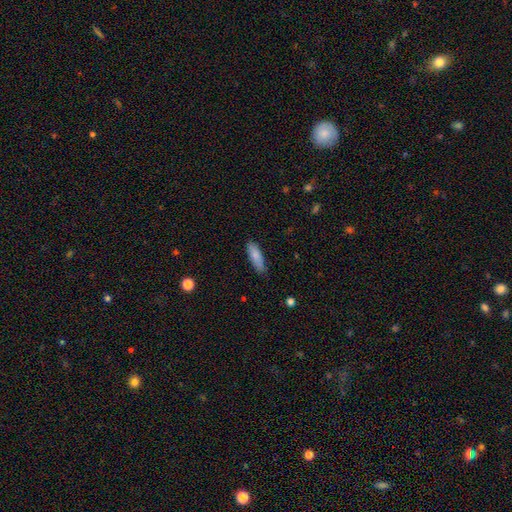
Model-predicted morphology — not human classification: Smooth or featured?
  - smooth: 83% *
  - featured or disk: 11%
  - star or artifact: 6%
How rounded?
  - cigar-shaped: 56% *
  - in between: 43%
  - round: 2%
Merging?
  - none: 82% *
  - minor disturbance: 14%
  - major disturbance: 2%
  - merger: 1%